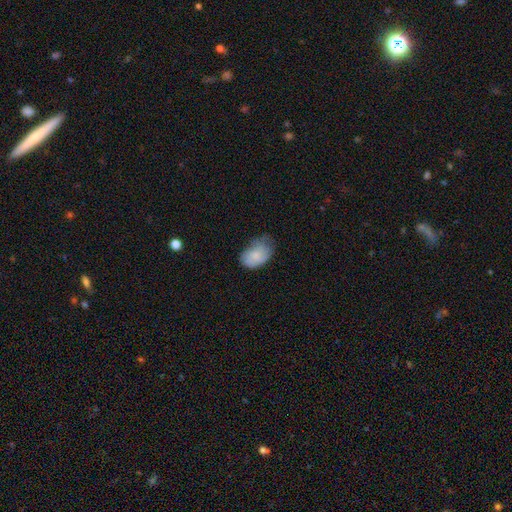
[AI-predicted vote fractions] The model was most divided on "merging" (2-way tie): minor disturbance: 42%, none: 42%, major disturbance: 15%, merger: 2%. More confident: how rounded — in between (86%); smooth or featured — smooth (76%).